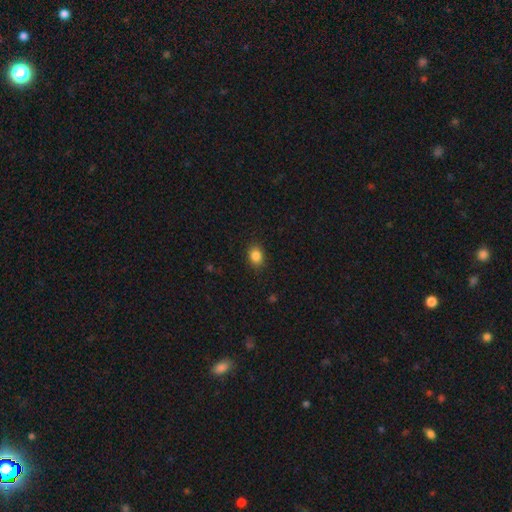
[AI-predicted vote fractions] A smooth galaxy with no disk features (86%) that is in between round and cigar-shaped (55%). Merging: none (88%).